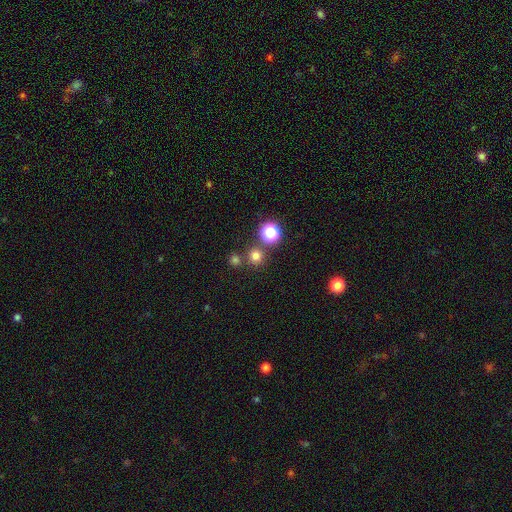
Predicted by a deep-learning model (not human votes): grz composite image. It shows a smooth galaxy with no disk features (71%) that is round (93%). Merging: none (77%).